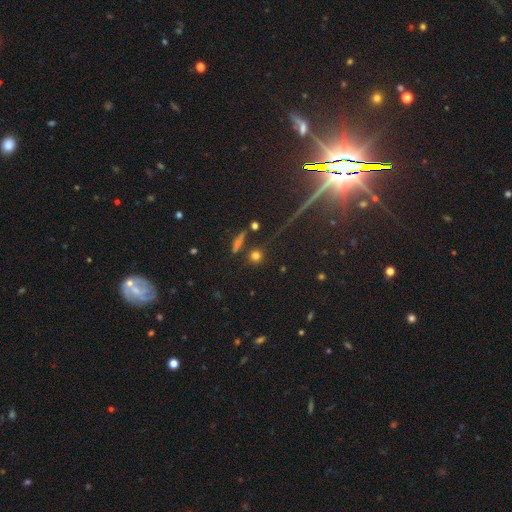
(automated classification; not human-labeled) smooth-or-featured: smooth: 74% | star or artifact: 18% | featured or disk: 8%
  how-rounded: round: 85% | in between: 10% | cigar-shaped: 5%
  merging: none: 79% | minor disturbance: 10% | merger: 7% | major disturbance: 4%